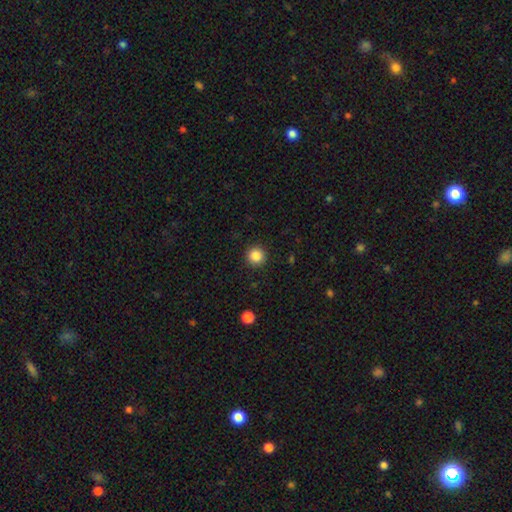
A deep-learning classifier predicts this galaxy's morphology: This appears to be a smooth galaxy with no disk features (87%) that is round (96%). Merging: none (92%).